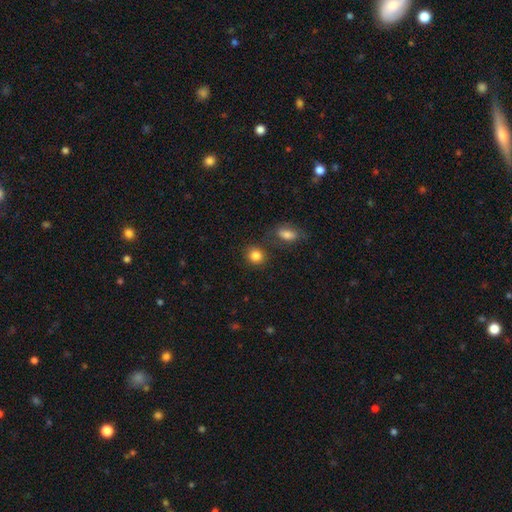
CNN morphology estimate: This is clearly a smooth galaxy (85%). How rounded: likely round (78%). Merging: likely none (77%).